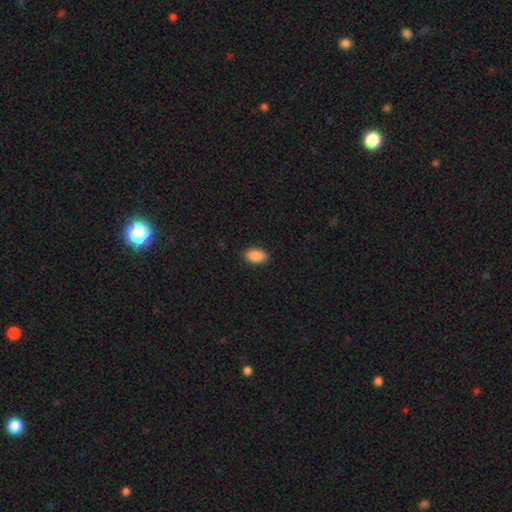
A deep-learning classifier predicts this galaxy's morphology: Q: Smooth or featured?
A: smooth (89%); runner-up: star or artifact (7%)
Q: How rounded?
A: in between (93%); runner-up: round (5%)
Q: Merging?
A: none (89%); runner-up: minor disturbance (8%)